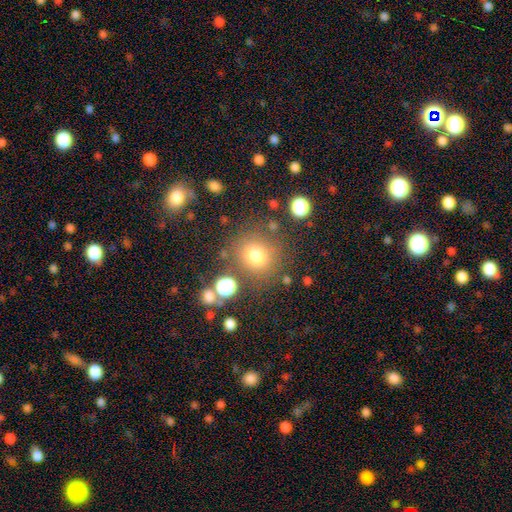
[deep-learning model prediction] smooth-or-featured: smooth: 75% | star or artifact: 17% | featured or disk: 9%
  how-rounded: round: 88% | in between: 11% | cigar-shaped: 1%
  merging: none: 79% | minor disturbance: 11% | merger: 5% | major disturbance: 5%